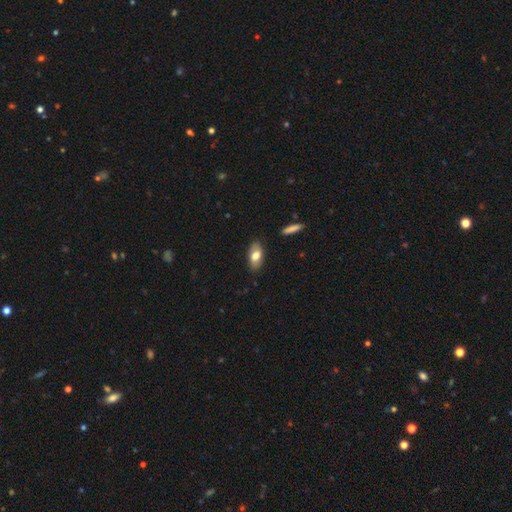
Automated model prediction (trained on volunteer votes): The model was most divided on "smooth or featured": smooth: 74%, featured or disk: 20%, star or artifact: 6%. More confident: how rounded — in between (90%); merging — none (84%).